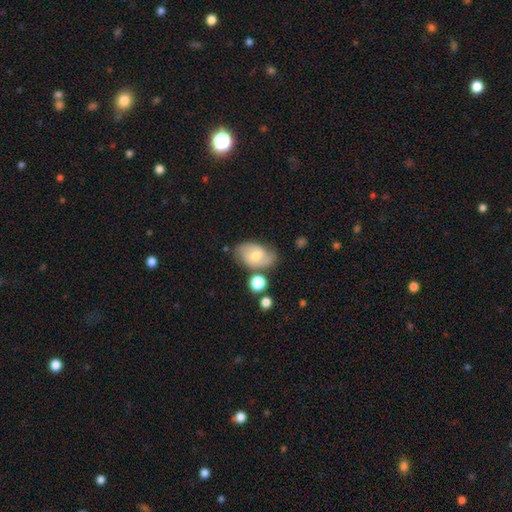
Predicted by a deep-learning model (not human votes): featured or disk 48%, smooth 44%, star or artifact 8%. Down the decision tree: merging — none (61%).